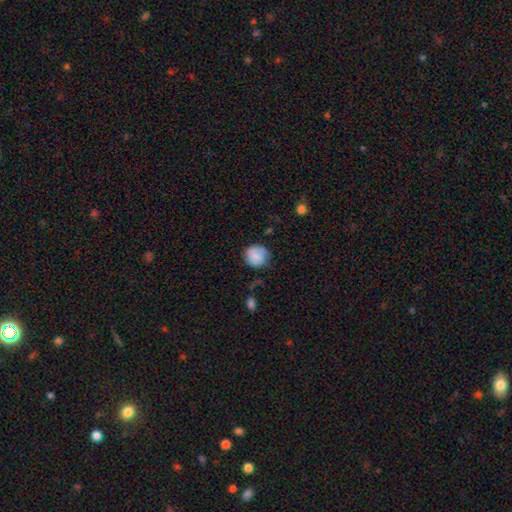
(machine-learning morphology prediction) A smooth galaxy with no disk features (75%) that is round (84%). Merging: none (61%).